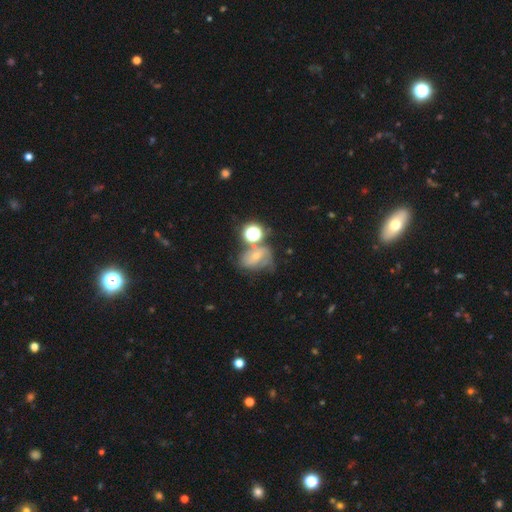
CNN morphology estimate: This is marginally a featured or disk galaxy (42%). Merging: marginally none (36%).